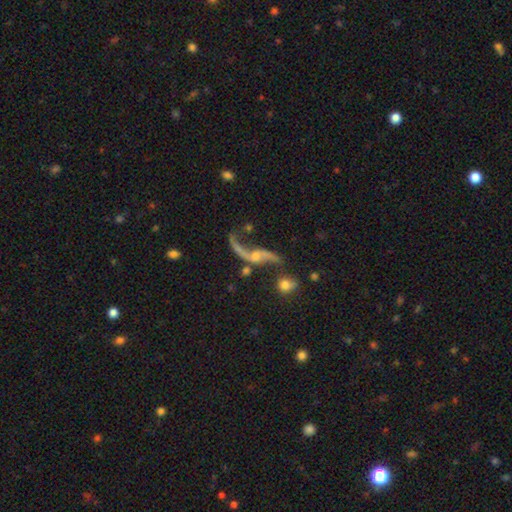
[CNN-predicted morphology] Smooth or featured? featured or disk (84%)
Edge-on disk? no (91%)
Bar? no (62%)
Spiral arms? yes (91%)
Spiral winding? loose (94%)
Spiral arm count? 2 (87%)
Bulge size? small (52%)
Merging? none (47%)